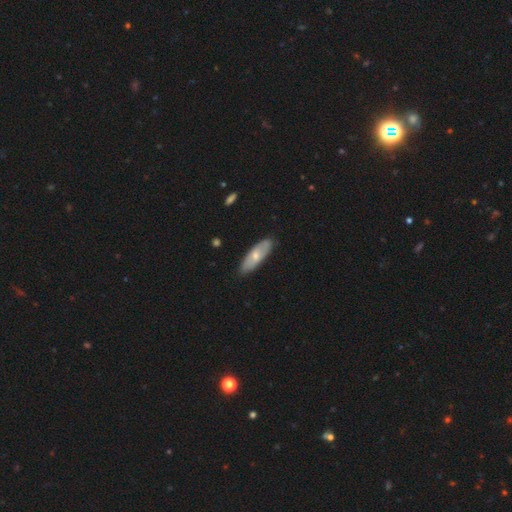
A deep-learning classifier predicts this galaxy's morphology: This appears to be a smooth galaxy with no disk features (58%) that is in between round and cigar-shaped (61%). Merging: none (84%).